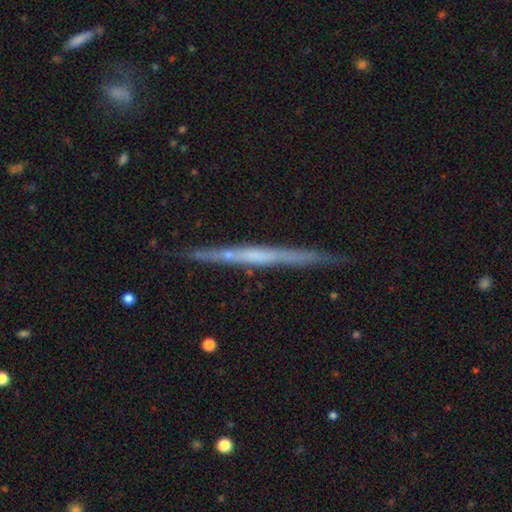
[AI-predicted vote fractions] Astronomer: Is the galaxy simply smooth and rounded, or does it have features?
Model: featured or disk — 66%.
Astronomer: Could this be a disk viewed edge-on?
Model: yes — 97%.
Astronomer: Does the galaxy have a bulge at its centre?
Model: none — 81%.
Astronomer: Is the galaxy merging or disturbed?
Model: none — 89%.